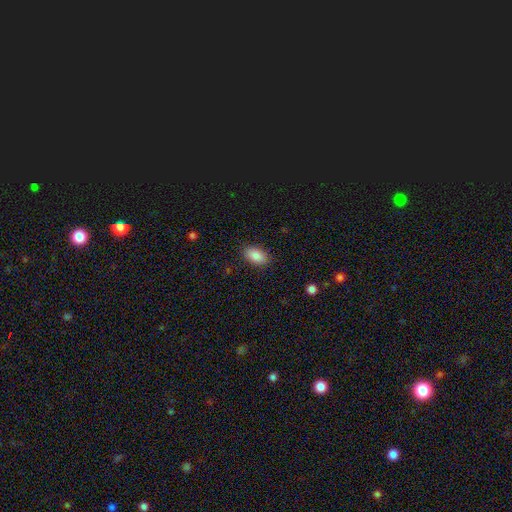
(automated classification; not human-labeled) Q: Smooth or featured?
A: smooth (88%); runner-up: star or artifact (7%)
Q: How rounded?
A: in between (93%); runner-up: round (5%)
Q: Merging?
A: none (87%); runner-up: minor disturbance (9%)